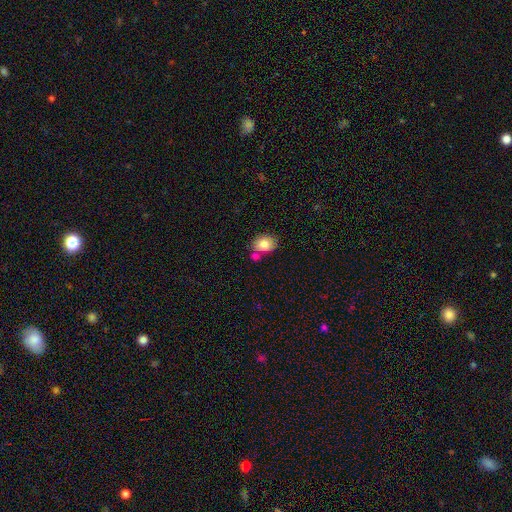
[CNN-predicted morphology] A smooth galaxy with no disk features (78%) that is in between round and cigar-shaped (51%).

Vote fractions:
- Smooth or featured? smooth: 78% / featured or disk: 13% / star or artifact: 9%
- How rounded? in between: 51% / round: 47% / cigar-shaped: 1%
- Merging? none: 61% / merger: 22% / minor disturbance: 13% / major disturbance: 4%